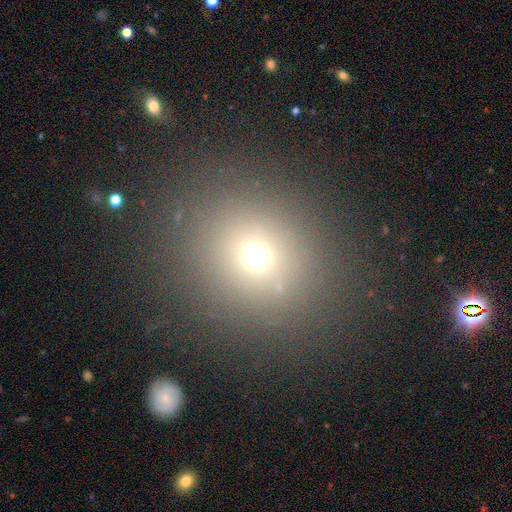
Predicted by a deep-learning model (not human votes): A smooth galaxy with no disk features (68%) that is round (81%).

Vote fractions:
- Smooth or featured? smooth: 68% / star or artifact: 22% / featured or disk: 10%
- How rounded? round: 81% / in between: 18% / cigar-shaped: 1%
- Merging? none: 85% / minor disturbance: 8% / major disturbance: 4% / merger: 3%